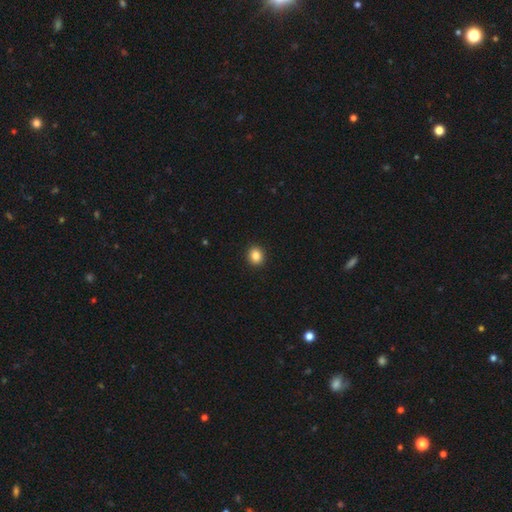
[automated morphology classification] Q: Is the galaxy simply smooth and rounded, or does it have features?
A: smooth — 85%.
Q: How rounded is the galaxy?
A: round — 79%.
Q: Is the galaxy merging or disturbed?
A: none — 93%.